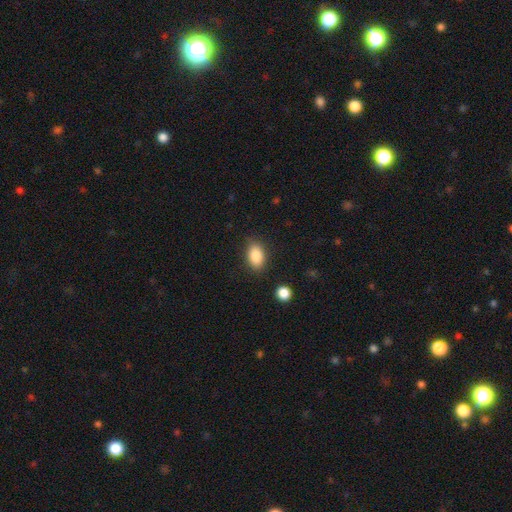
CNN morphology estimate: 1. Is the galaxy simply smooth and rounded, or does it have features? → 88% smooth, 8% star or artifact, 5% featured or disk.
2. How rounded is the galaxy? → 89% in between, 9% round, 2% cigar-shaped.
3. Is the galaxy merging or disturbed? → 83% none, 12% minor disturbance, 3% major disturbance, 2% merger.